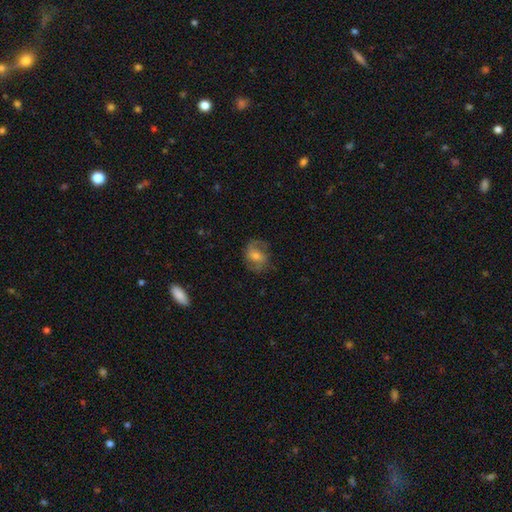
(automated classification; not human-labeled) Q: Smooth or featured?
A: featured or disk (58%); runner-up: smooth (32%)
Q: Edge-on disk?
A: no (96%); runner-up: yes (4%)
Q: Bar?
A: no (49%); runner-up: weak (38%)
Q: Spiral arms?
A: yes (83%); runner-up: no (17%)
Q: Bulge size?
A: moderate (50%); runner-up: small (39%)
Q: Merging?
A: none (69%); runner-up: minor disturbance (18%)